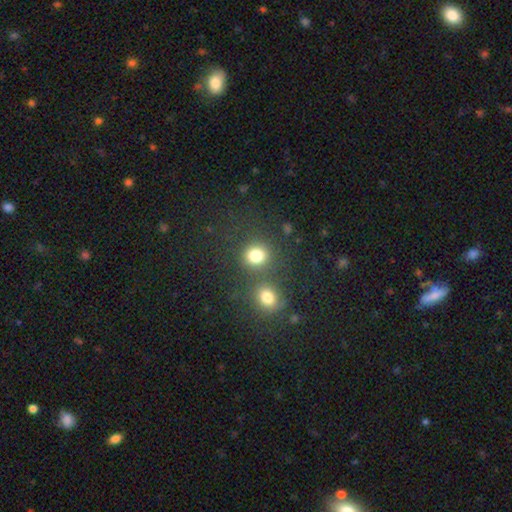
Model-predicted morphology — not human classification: This is likely a smooth galaxy (80%). How rounded: likely round (79%). Merging: likely none (62%).